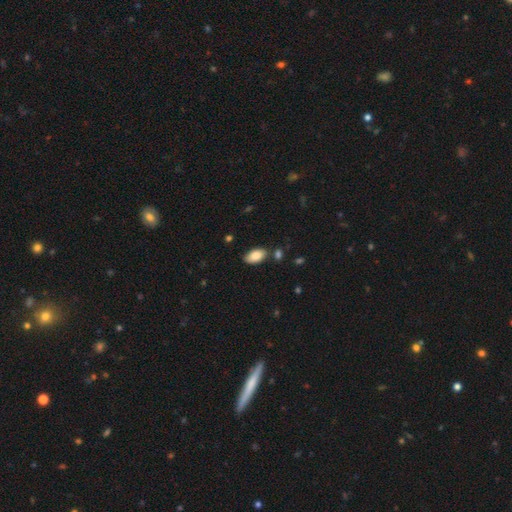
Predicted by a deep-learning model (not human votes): Morphology: type=smooth (86%); roundness=in between (95%); merging=none (78%).